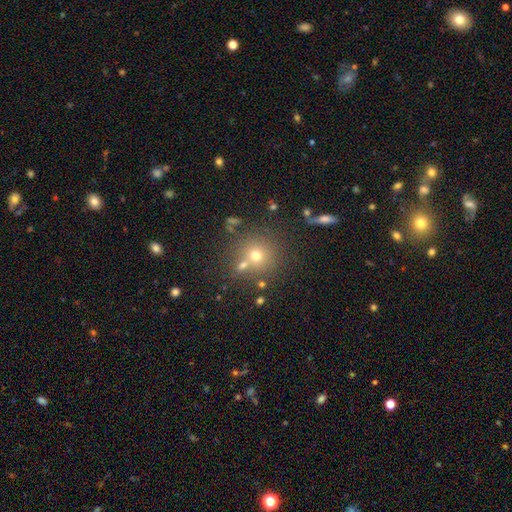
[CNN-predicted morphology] This appears to be a smooth galaxy with no disk features (66%) that is round (91%). Merging: none (66%).